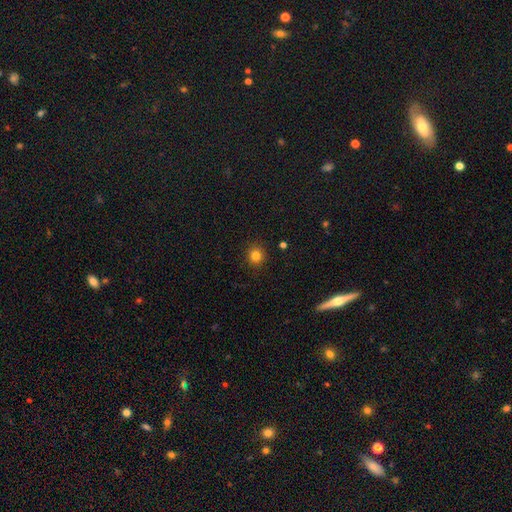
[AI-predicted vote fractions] A smooth galaxy with no disk features (81%) that is round (90%). Merging: none (91%).